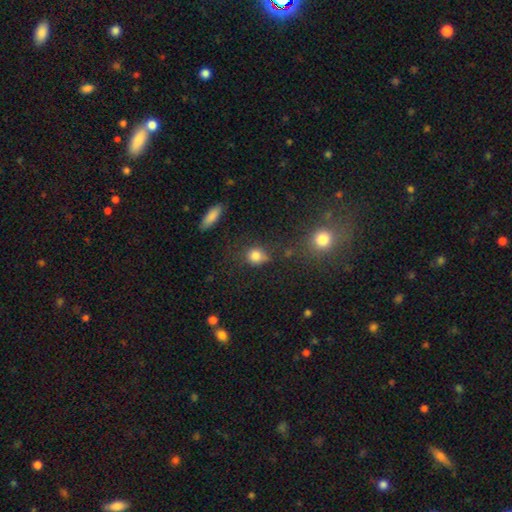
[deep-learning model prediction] Morphology: type=smooth (81%); roundness=round (69%); merging=none (60%).